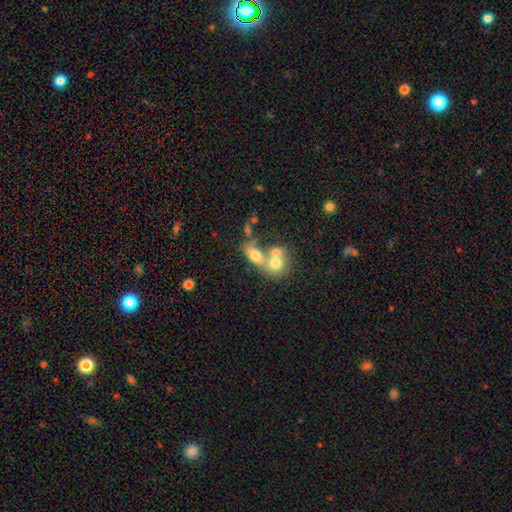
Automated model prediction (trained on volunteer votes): A smooth galaxy with no disk features (63%) that is in between round and cigar-shaped (63%). Merging: merger (65%).